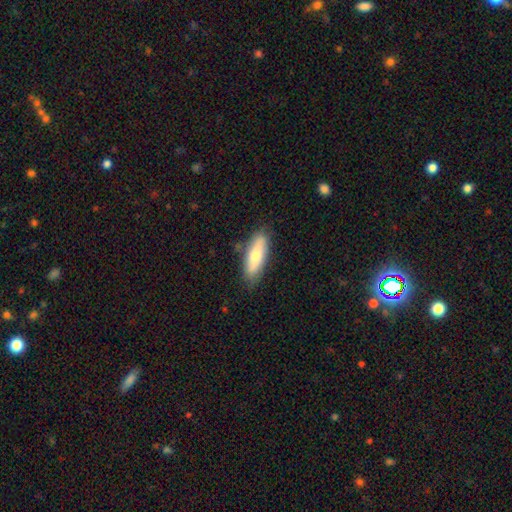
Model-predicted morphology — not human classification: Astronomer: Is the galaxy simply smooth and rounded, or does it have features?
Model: smooth — 65%.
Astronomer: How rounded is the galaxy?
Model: in between — 60% (runner-up: cigar-shaped, 38%).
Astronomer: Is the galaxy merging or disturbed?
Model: none — 82%.